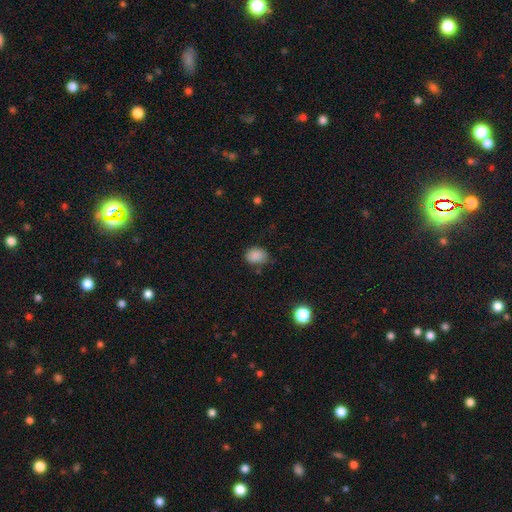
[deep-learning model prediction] Smooth or featured? smooth (86%)
How rounded? in between (61%)
Merging? none (68%)